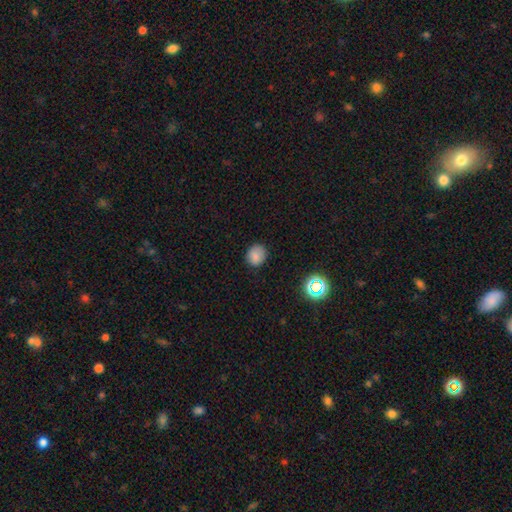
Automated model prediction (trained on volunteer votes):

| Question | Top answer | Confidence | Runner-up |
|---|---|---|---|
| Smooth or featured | smooth | 81% | star or artifact (13%) |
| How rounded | round | 72% | in between (28%) |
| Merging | none | 81% | minor disturbance (15%) |